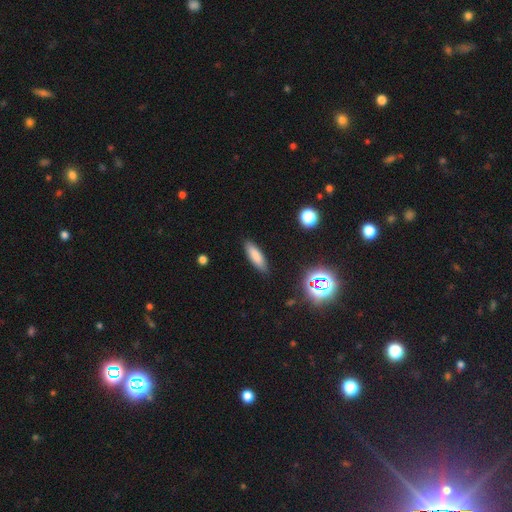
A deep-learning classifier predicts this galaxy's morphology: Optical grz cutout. It shows a smooth galaxy with no disk features (79%) that is in between round and cigar-shaped (49%). Merging: none (87%).